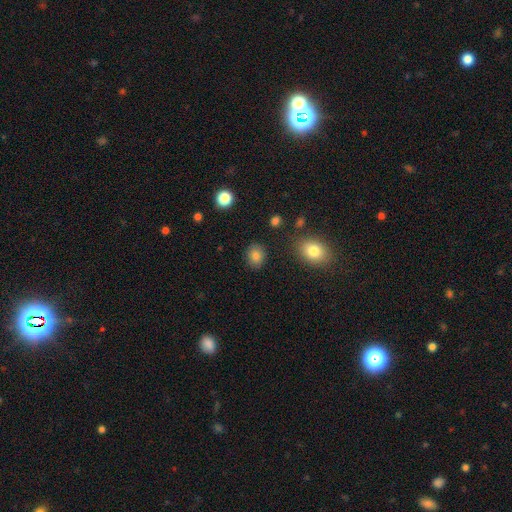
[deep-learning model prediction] Overall: smooth (83%). How rounded: round (63%; in between 36%). Merging: none (86%).